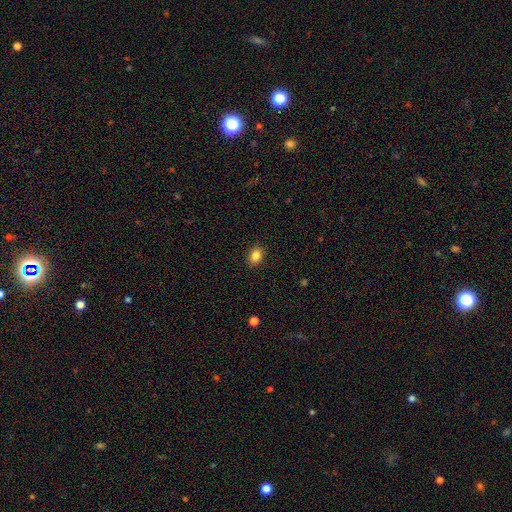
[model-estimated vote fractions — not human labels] This is clearly a smooth galaxy (85%). How rounded: likely in between (66%). Merging: clearly none (90%).